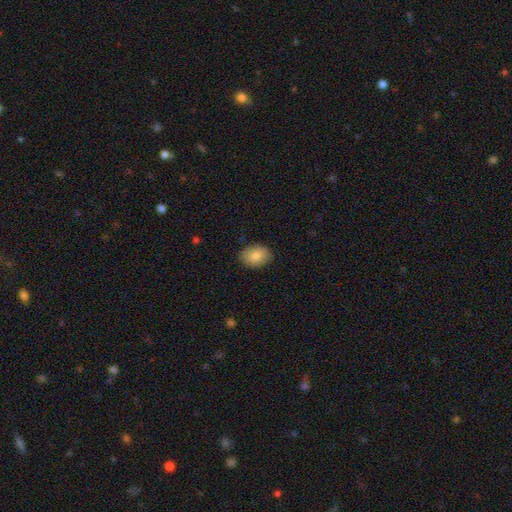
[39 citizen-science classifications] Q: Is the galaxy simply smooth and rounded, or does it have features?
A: smooth — 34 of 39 (87%).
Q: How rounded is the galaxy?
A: in between — 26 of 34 (76%).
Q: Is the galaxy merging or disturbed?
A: none — 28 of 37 (76%).